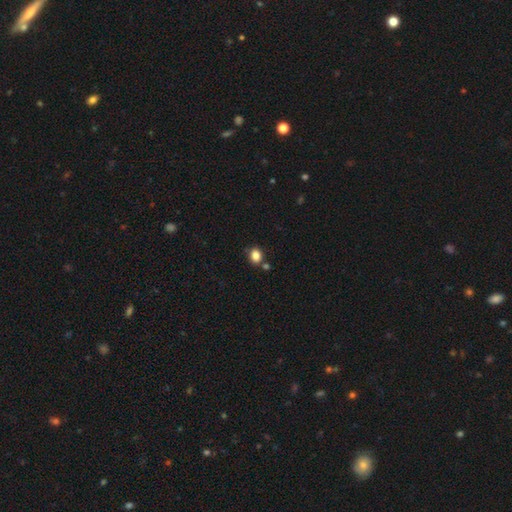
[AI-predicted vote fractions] A smooth galaxy with no disk features (84%) that is round (55%).

Vote fractions:
- Smooth or featured? smooth: 84% / star or artifact: 11% / featured or disk: 5%
- How rounded? round: 55% / in between: 44% / cigar-shaped: 1%
- Merging? none: 73% / minor disturbance: 12% / merger: 11% / major disturbance: 3%